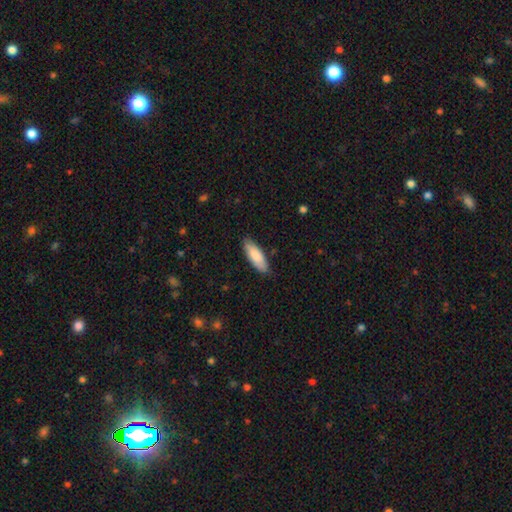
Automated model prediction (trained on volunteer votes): smooth-or-featured: smooth: 85% | featured or disk: 9% | star or artifact: 5%
  how-rounded: in between: 63% | cigar-shaped: 36% | round: 1%
  merging: none: 86% | minor disturbance: 11% | major disturbance: 2% | merger: 1%